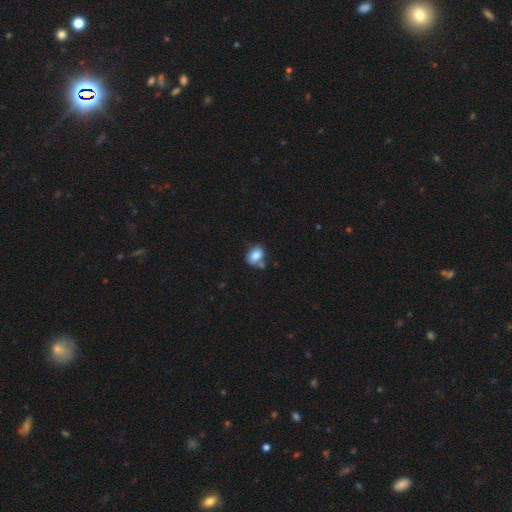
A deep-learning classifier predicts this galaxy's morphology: smooth_or_featured: smooth (p=0.82) [alt: featured or disk p=0.09]
how_rounded: in between (p=0.74) [alt: round p=0.25]
merging: none (p=0.56) [alt: minor disturbance p=0.22]